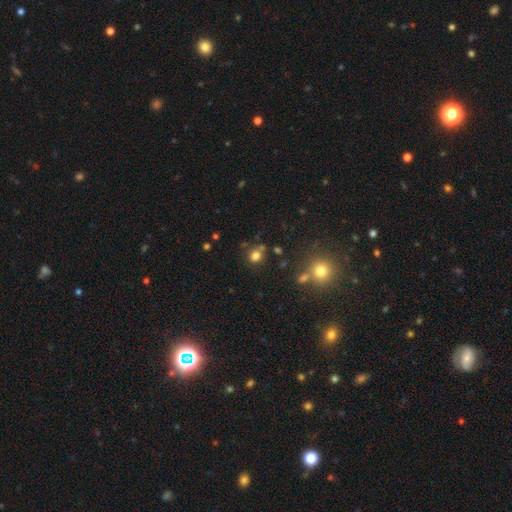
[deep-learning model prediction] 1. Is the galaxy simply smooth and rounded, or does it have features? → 77% smooth, 16% star or artifact, 7% featured or disk.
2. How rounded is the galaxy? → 80% round, 19% in between, 1% cigar-shaped.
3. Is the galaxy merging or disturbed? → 72% none, 12% minor disturbance, 11% merger, 4% major disturbance.